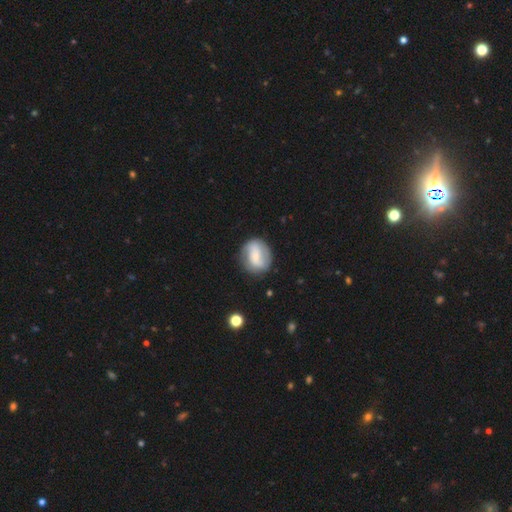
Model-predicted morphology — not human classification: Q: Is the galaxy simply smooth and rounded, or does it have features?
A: featured or disk — 53%.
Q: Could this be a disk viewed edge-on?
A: no — 96%.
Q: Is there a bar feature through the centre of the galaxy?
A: weak — 40%.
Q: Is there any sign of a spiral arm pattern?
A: yes — 80%.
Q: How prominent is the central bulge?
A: small — 56%.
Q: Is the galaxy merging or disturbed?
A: none — 75%.